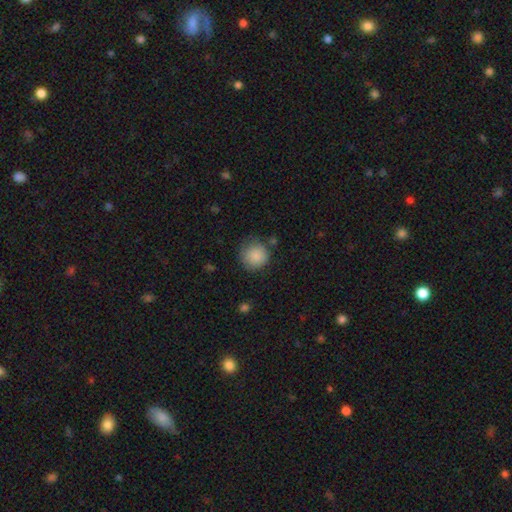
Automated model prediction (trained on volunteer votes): Smooth or featured? smooth (87%)
How rounded? round (93%)
Merging? none (73%)